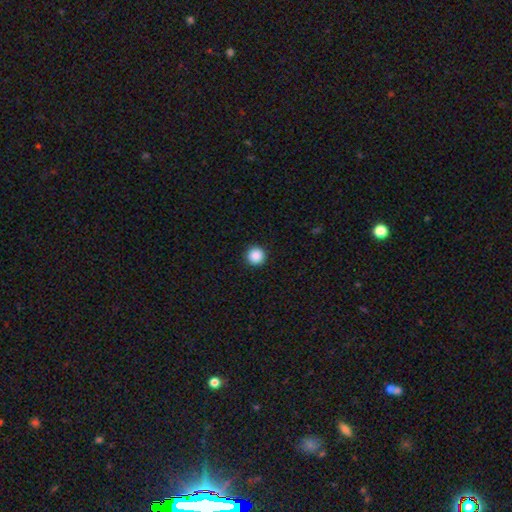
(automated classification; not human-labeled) Overall: smooth (89%). How rounded: round (96%). Merging: none (93%).